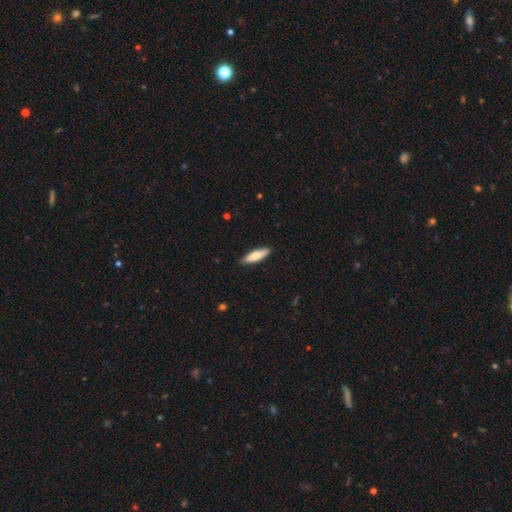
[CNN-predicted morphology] smooth 77%, featured or disk 17%, star or artifact 5%. Down the decision tree: how rounded — cigar-shaped (62%); merging — none (87%).